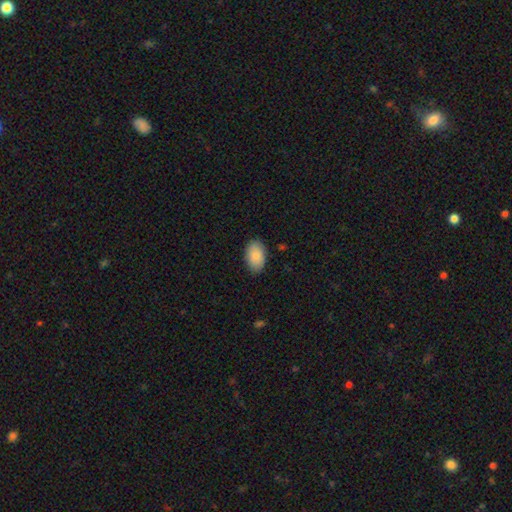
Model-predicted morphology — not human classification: Smooth or featured: smooth — 87% (featured or disk — 7%)
How rounded: in between — 93% (round — 6%)
Merging: none — 85% (minor disturbance — 11%)